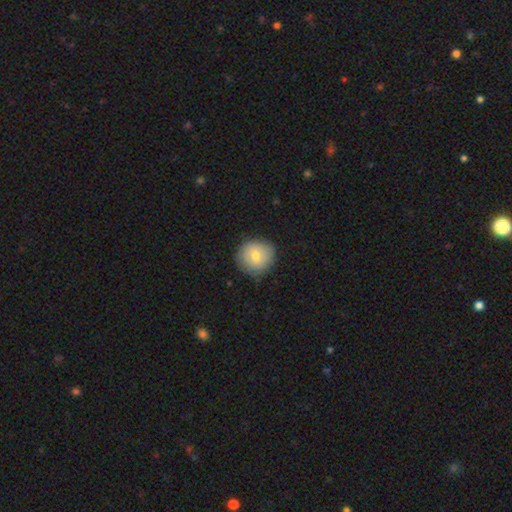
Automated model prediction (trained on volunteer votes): smooth-or-featured: smooth: 73% | featured or disk: 19% | star or artifact: 8%
  how-rounded: round: 90% | in between: 9% | cigar-shaped: 1%
  merging: none: 82% | minor disturbance: 14% | major disturbance: 3% | merger: 1%